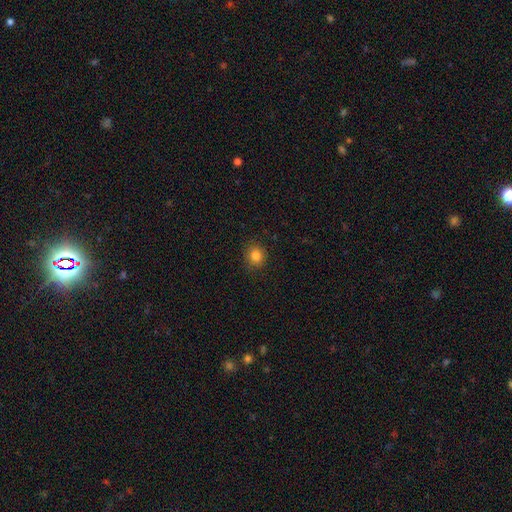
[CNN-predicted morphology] Smooth or featured?
  - smooth: 84% *
  - star or artifact: 11%
  - featured or disk: 5%
How rounded?
  - round: 85% *
  - in between: 14%
  - cigar-shaped: 1%
Merging?
  - none: 89% *
  - minor disturbance: 8%
  - major disturbance: 2%
  - merger: 1%